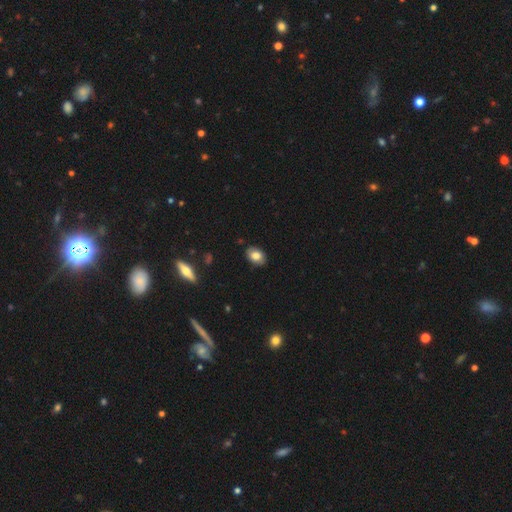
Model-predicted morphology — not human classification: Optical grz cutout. It shows a smooth galaxy with no disk features (79%) that is in between round and cigar-shaped (79%). Merging: none (85%).